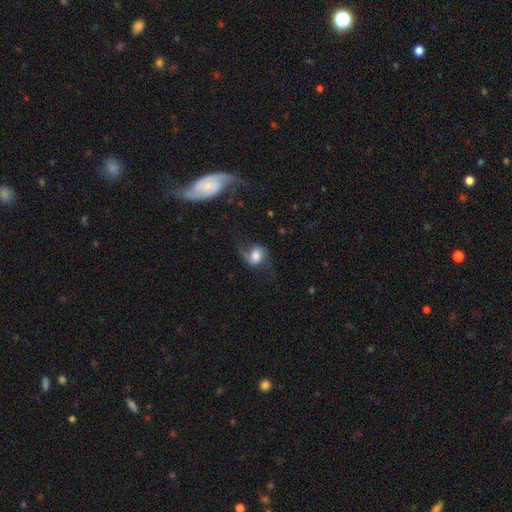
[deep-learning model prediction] featured or disk 55%, smooth 35%, star or artifact 10%. Down the decision tree: edge-on disk — no (96%); bar — no (53%); spiral arms — yes (90%); bulge size — moderate (37%, tied with large); merging — none (53%).